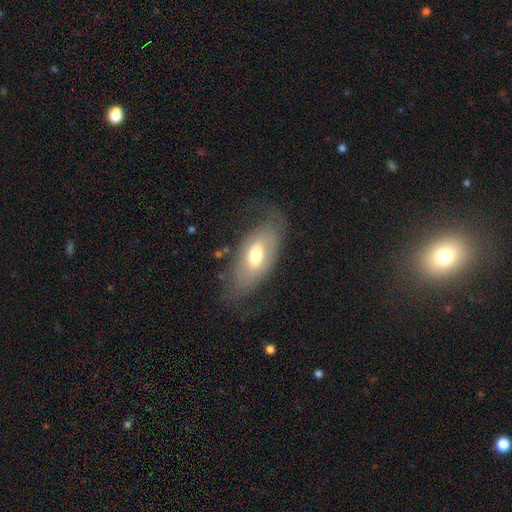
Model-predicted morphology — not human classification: The model was most divided on "smooth or featured": smooth: 50%, featured or disk: 42%, star or artifact: 7%. More confident: how rounded — in between (89%); merging — none (63%).